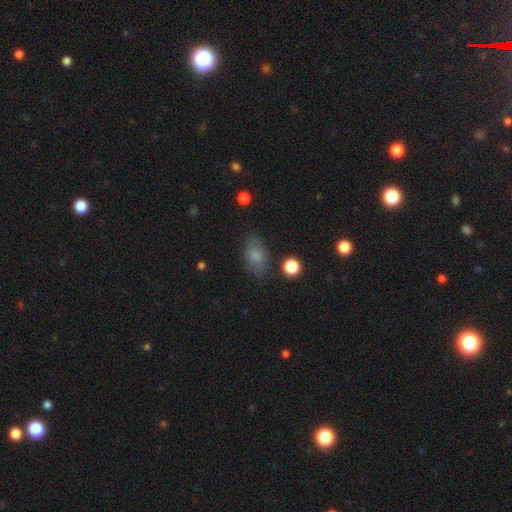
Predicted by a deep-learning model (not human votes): Smooth or featured? Predicted: smooth (p=0.78). How rounded? Predicted: in between (p=0.86). Merging? Predicted: none (p=0.77).